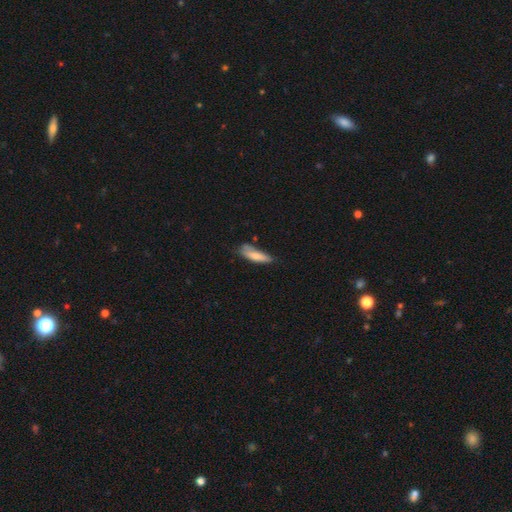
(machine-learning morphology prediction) This is likely a smooth galaxy (75%). How rounded: possibly cigar-shaped (56%). Merging: possibly none (50%).